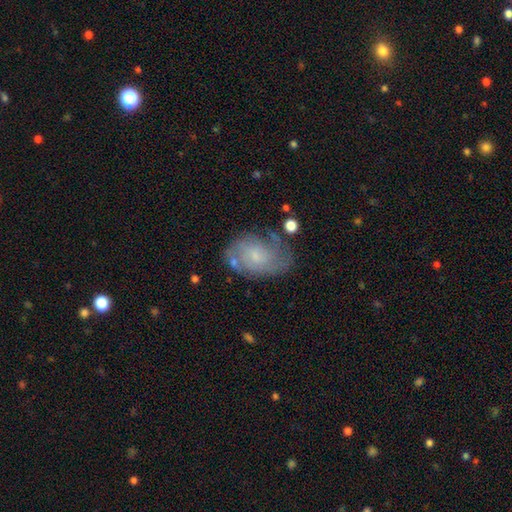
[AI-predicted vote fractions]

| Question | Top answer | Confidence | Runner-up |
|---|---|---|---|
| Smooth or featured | featured or disk | 64% | smooth (28%) |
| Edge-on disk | no | 97% | yes (3%) |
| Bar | no | 73% | weak (24%) |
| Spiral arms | yes | 83% | no (17%) |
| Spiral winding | tight | 48% | medium (37%) |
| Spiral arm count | can't tell | 45% | 2 (28%) |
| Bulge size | small | 71% | moderate (18%) |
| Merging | none | 59% | minor disturbance (24%) |